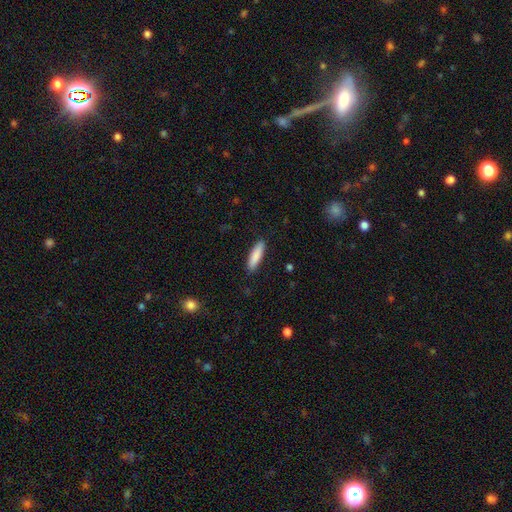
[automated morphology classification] smooth-or-featured: smooth: 87% | featured or disk: 8% | star or artifact: 5%
  how-rounded: cigar-shaped: 65% | in between: 33% | round: 1%
  merging: none: 89% | minor disturbance: 8% | major disturbance: 2% | merger: 1%